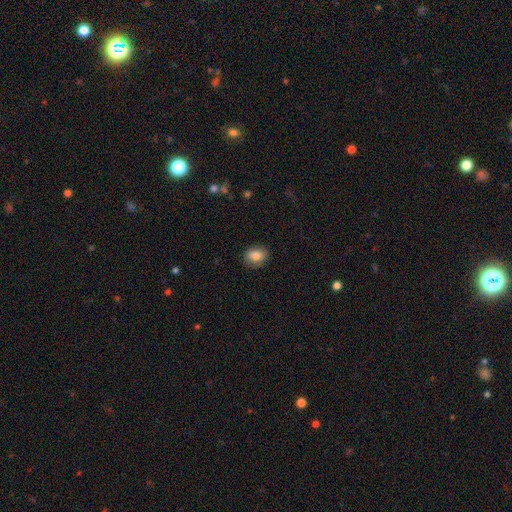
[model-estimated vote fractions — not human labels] This appears to be a smooth galaxy with no disk features (84%) that is in between round and cigar-shaped (64%). Merging: none (81%).